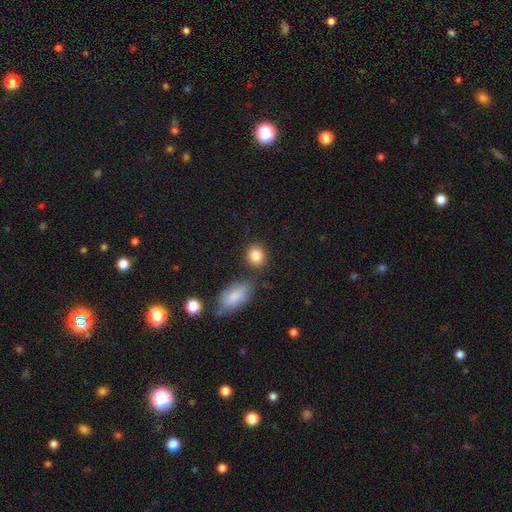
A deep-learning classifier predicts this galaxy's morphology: Q: Smooth or featured?
A: smooth (85%); runner-up: star or artifact (9%)
Q: How rounded?
A: round (69%); runner-up: in between (29%)
Q: Merging?
A: none (77%); runner-up: minor disturbance (11%)